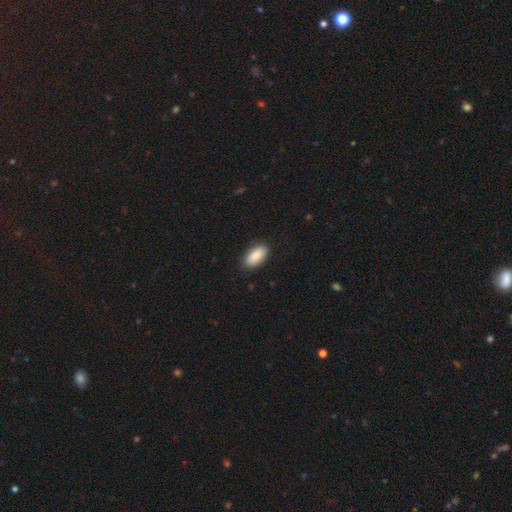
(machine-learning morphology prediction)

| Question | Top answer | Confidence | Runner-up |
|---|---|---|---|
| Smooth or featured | smooth | 88% | star or artifact (6%) |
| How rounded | in between | 92% | cigar-shaped (6%) |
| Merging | none | 86% | minor disturbance (11%) |